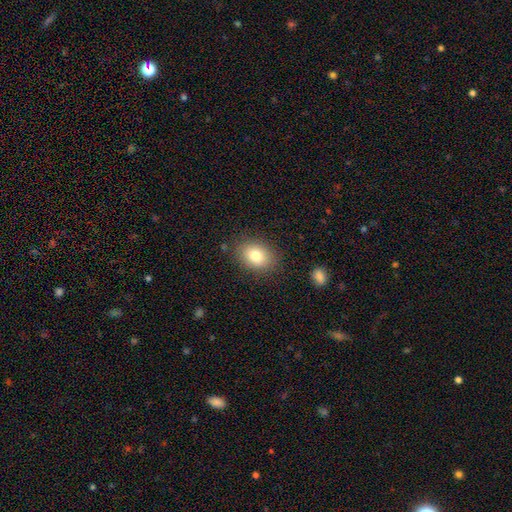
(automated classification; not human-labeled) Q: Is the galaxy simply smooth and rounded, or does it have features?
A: smooth — 81%.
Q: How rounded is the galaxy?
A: in between — 64%.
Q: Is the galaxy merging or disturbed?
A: none — 84%.